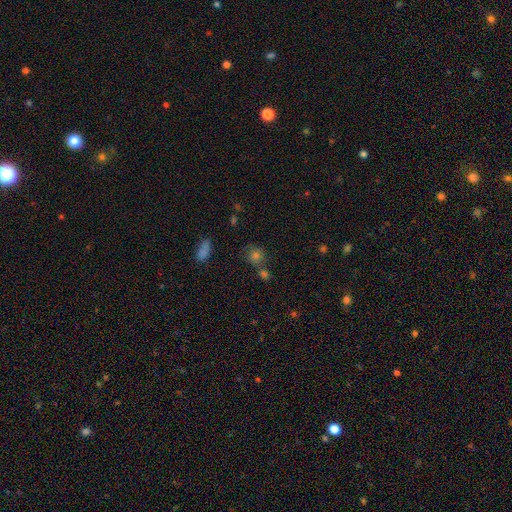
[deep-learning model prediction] This is likely a smooth galaxy (71%). How rounded: clearly round (82%). Merging: likely none (63%).